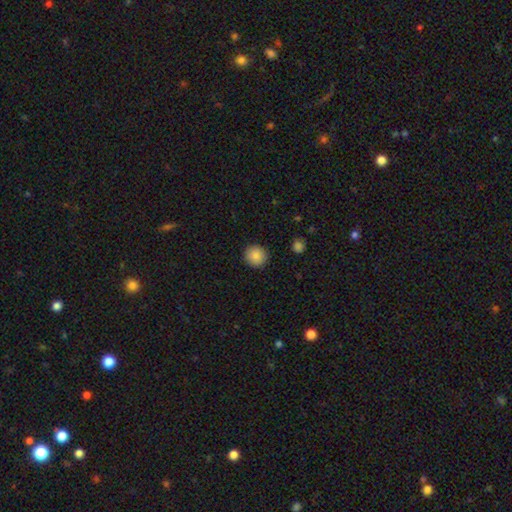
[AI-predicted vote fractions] A smooth galaxy with no disk features (86%) that is round (92%).

Vote fractions:
- Smooth or featured? smooth: 86% / star or artifact: 9% / featured or disk: 5%
- How rounded? round: 92% / in between: 7% / cigar-shaped: 1%
- Merging? none: 91% / minor disturbance: 6% / major disturbance: 2% / merger: 1%